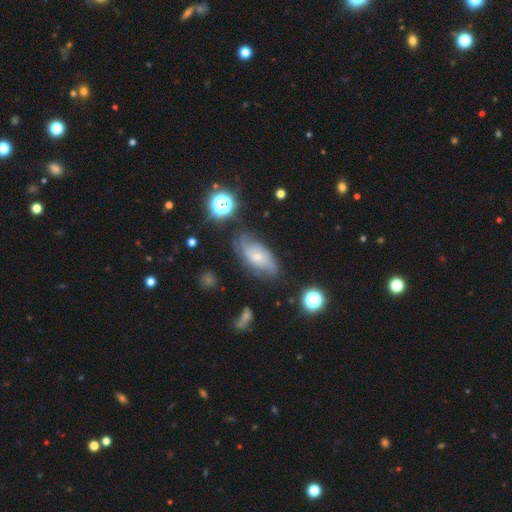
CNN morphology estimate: Smooth or featured: featured or disk — 60% (smooth — 28%)
Edge-on disk: no — 89% (yes — 11%)
Bar: no — 76% (weak — 20%)
Spiral arms: yes — 83% (no — 17%)
Bulge size: small — 67% (moderate — 28%)
Merging: none — 64% (minor disturbance — 23%)